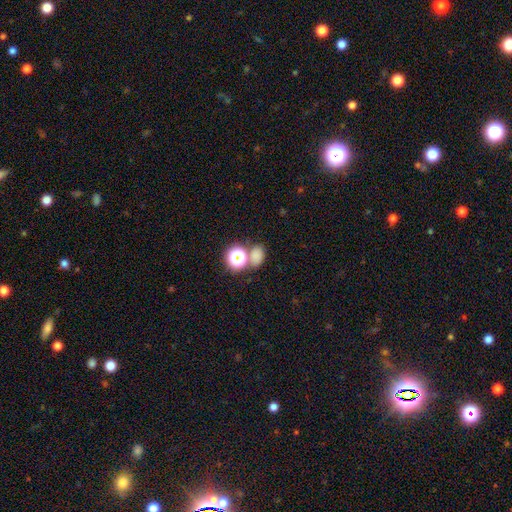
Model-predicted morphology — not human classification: type=smooth (70%); roundness=in between (56%); merging=none (62%).